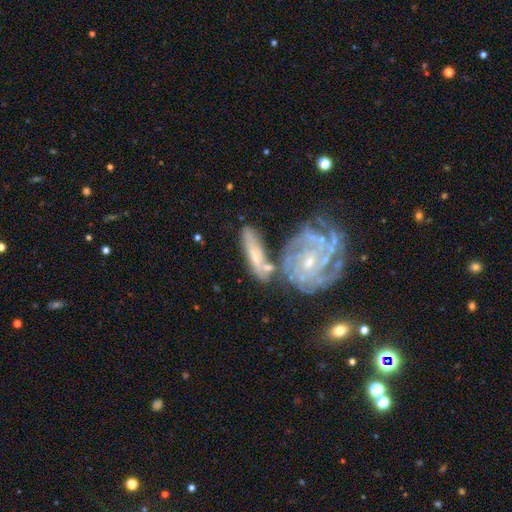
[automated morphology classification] Q: Smooth or featured?
A: featured or disk (61%); runner-up: smooth (32%)
Q: Edge-on disk?
A: no (78%); runner-up: yes (22%)
Q: Merging?
A: none (46%); runner-up: merger (29%)